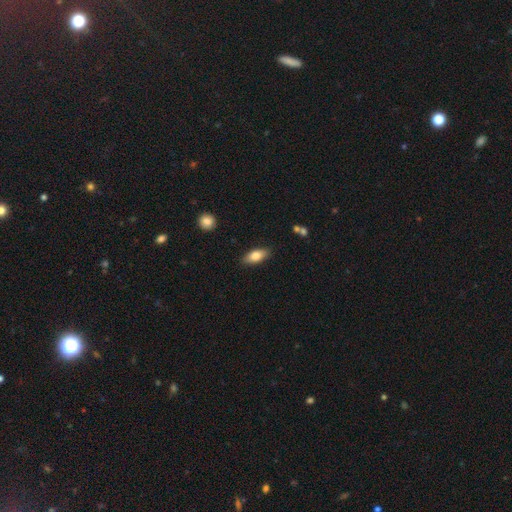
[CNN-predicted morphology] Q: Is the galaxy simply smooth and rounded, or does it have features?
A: smooth — 80%.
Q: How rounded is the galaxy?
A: in between — 84%.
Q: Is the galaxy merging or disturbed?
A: none — 86%.